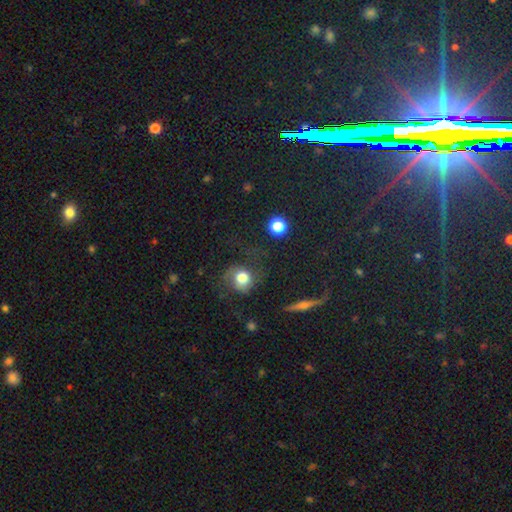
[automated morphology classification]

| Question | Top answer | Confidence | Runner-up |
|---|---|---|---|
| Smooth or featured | star or artifact | 54% | smooth (26%) |